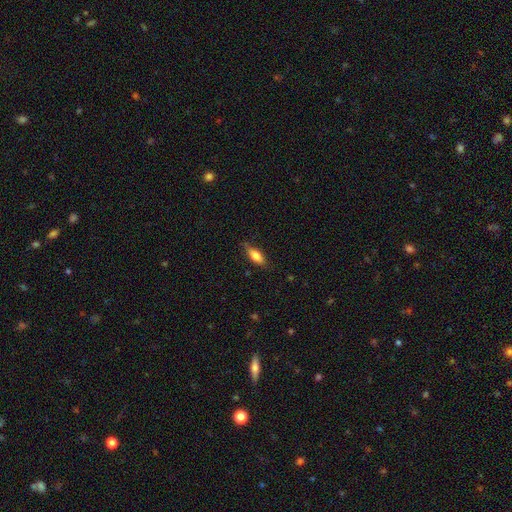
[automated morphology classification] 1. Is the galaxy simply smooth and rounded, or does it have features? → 76% smooth, 17% featured or disk, 7% star or artifact.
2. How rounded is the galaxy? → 71% in between, 27% cigar-shaped, 3% round.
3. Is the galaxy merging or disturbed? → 76% none, 19% minor disturbance, 4% major disturbance, 1% merger.